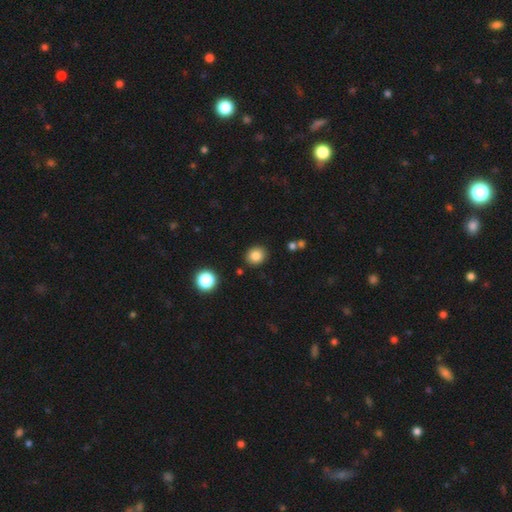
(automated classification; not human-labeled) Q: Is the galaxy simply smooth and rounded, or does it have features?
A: smooth — 83%.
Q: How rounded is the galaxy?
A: round — 76%.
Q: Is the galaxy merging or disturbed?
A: none — 88%.